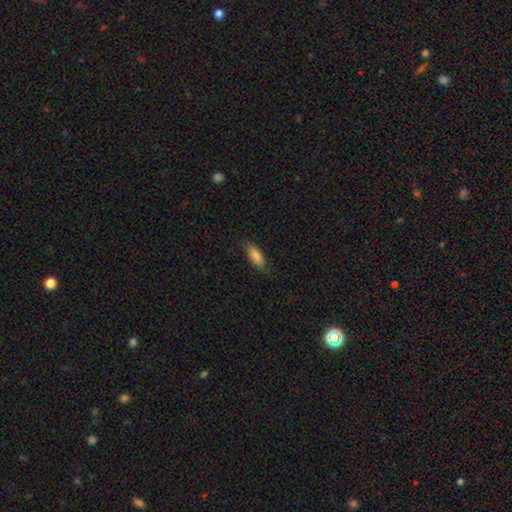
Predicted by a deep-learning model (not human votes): Smooth or featured?
  - smooth: 82% *
  - featured or disk: 12%
  - star or artifact: 6%
How rounded?
  - in between: 76% *
  - cigar-shaped: 22%
  - round: 2%
Merging?
  - none: 71% *
  - minor disturbance: 23%
  - major disturbance: 5%
  - merger: 1%